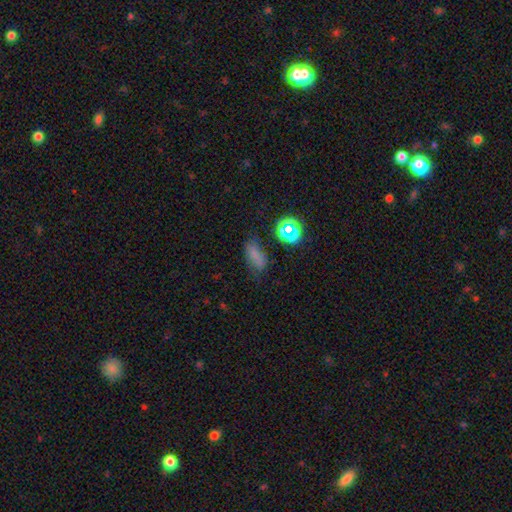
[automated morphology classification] A smooth galaxy with no disk features (71%) that is in between round and cigar-shaped (80%).

Vote fractions:
- Smooth or featured? smooth: 71% / star or artifact: 18% / featured or disk: 11%
- How rounded? in between: 80% / cigar-shaped: 11% / round: 10%
- Merging? none: 63% / minor disturbance: 25% / major disturbance: 9% / merger: 3%